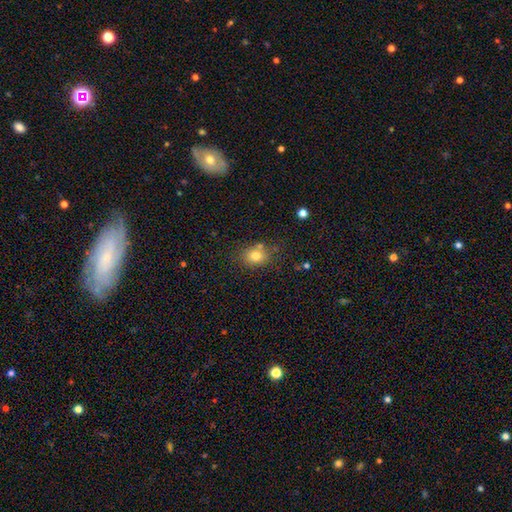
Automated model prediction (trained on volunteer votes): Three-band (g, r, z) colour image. It shows a smooth galaxy with no disk features (78%) that is round (50%). Merging: none (72%).